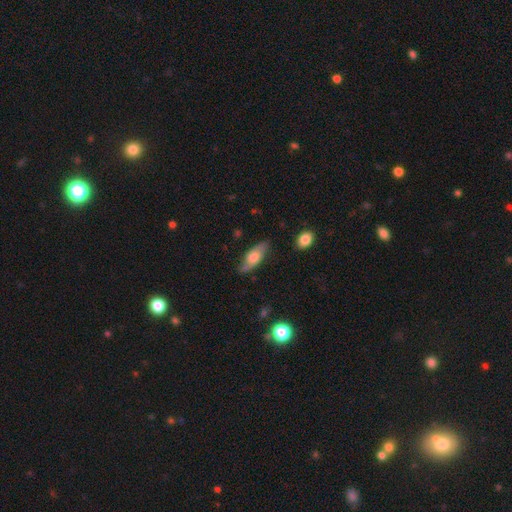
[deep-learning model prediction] Overall: smooth (53%; featured or disk 39%). How rounded: in between (69%). Merging: none (78%).